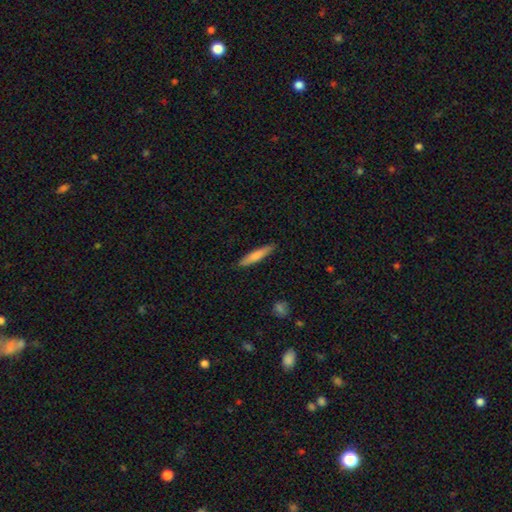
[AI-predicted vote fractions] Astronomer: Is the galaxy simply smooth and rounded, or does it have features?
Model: smooth — 73%.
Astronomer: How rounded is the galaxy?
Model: cigar-shaped — 90%.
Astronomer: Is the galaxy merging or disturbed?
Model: none — 89%.